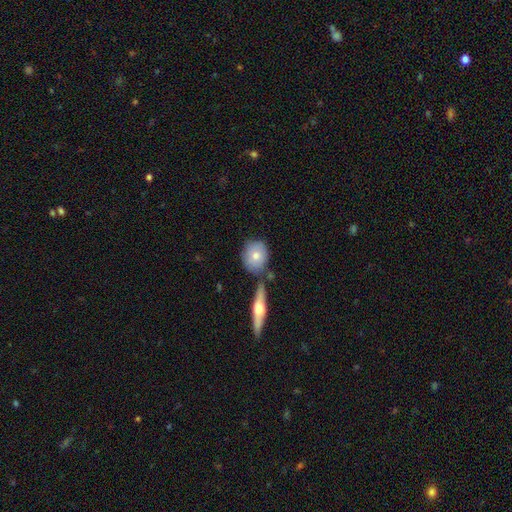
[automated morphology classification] smooth-or-featured: smooth: 71% | featured or disk: 23% | star or artifact: 6%
  how-rounded: round: 69% | in between: 28% | cigar-shaped: 3%
  merging: none: 66% | merger: 17% | minor disturbance: 13% | major disturbance: 3%